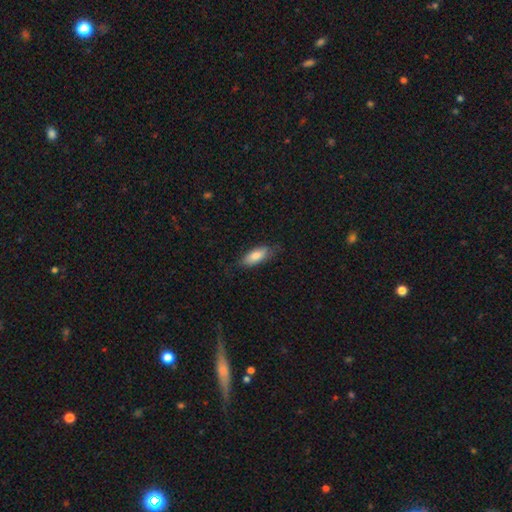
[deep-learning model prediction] A smooth galaxy with no disk features (80%) that is in between round and cigar-shaped (78%).

Vote fractions:
- Smooth or featured? smooth: 80% / featured or disk: 13% / star or artifact: 6%
- How rounded? in between: 78% / cigar-shaped: 20% / round: 2%
- Merging? none: 76% / minor disturbance: 19% / major disturbance: 4% / merger: 1%